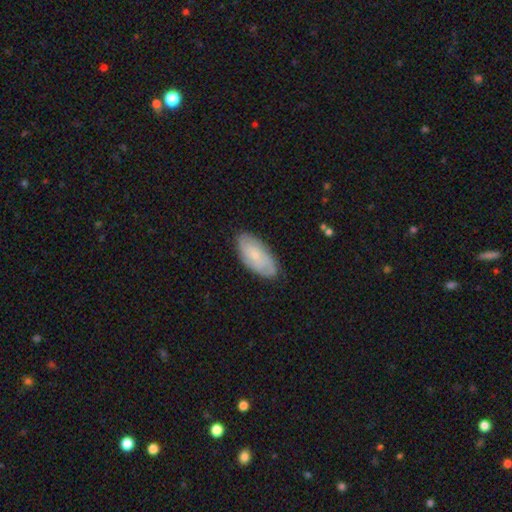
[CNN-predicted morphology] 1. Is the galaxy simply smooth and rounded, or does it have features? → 50% smooth, 44% featured or disk, 6% star or artifact.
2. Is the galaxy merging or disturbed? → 80% none, 16% minor disturbance, 3% major disturbance, 1% merger.